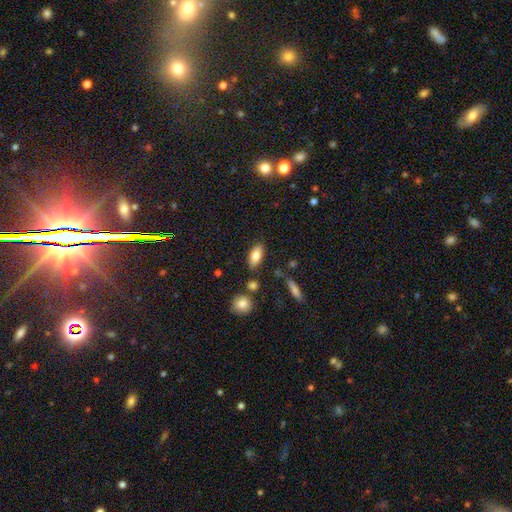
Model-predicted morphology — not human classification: A smooth galaxy with no disk features (80%) that is in between round and cigar-shaped (85%).

Vote fractions:
- Smooth or featured? smooth: 80% / featured or disk: 12% / star or artifact: 8%
- How rounded? in between: 85% / cigar-shaped: 11% / round: 3%
- Merging? none: 80% / minor disturbance: 12% / merger: 5% / major disturbance: 3%